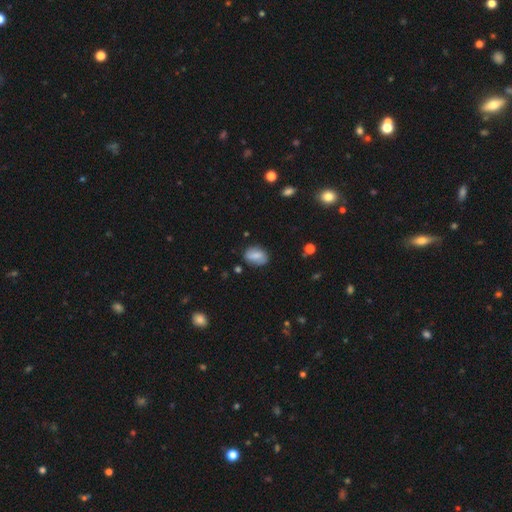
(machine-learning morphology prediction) Smooth or featured?
  - smooth: 73% *
  - featured or disk: 19%
  - star or artifact: 8%
How rounded?
  - in between: 80% *
  - round: 18%
  - cigar-shaped: 2%
Merging?
  - none: 77% *
  - minor disturbance: 17%
  - major disturbance: 4%
  - merger: 2%